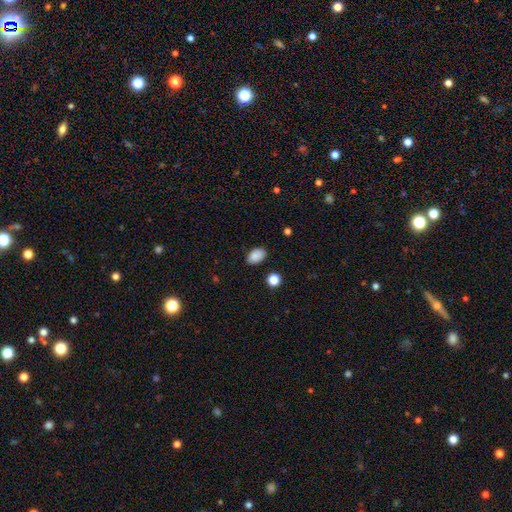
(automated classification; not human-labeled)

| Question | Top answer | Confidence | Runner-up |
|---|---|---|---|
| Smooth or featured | smooth | 87% | star or artifact (9%) |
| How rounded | in between | 89% | round (10%) |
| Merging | none | 86% | minor disturbance (10%) |